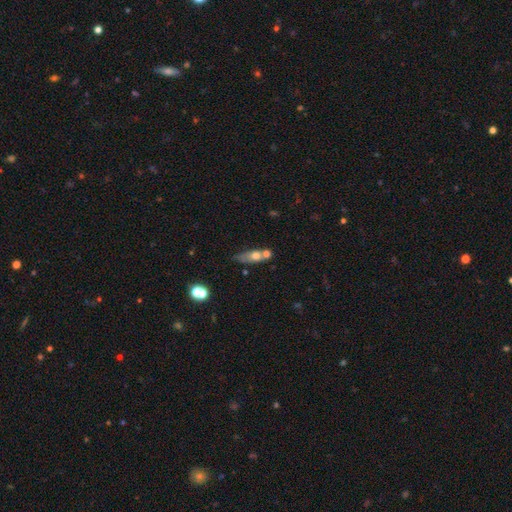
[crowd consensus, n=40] Smooth or featured: smooth — 57% (featured or disk — 30%)
How rounded: in between — 61% (cigar-shaped — 35%)
Merging: none — 43% (merger — 31%)